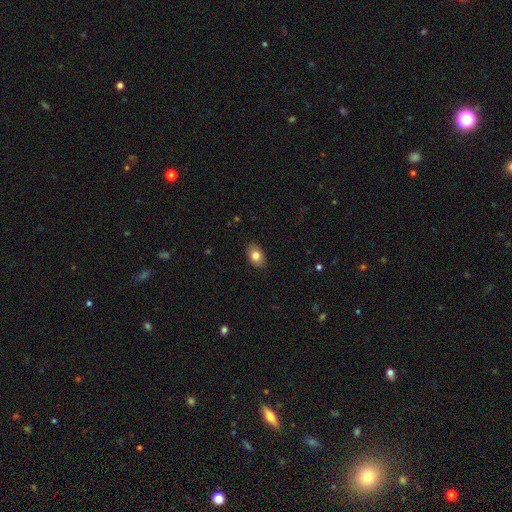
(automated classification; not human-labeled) Q: Smooth or featured?
A: smooth (82%); runner-up: featured or disk (10%)
Q: How rounded?
A: in between (84%); runner-up: round (14%)
Q: Merging?
A: none (88%); runner-up: minor disturbance (9%)